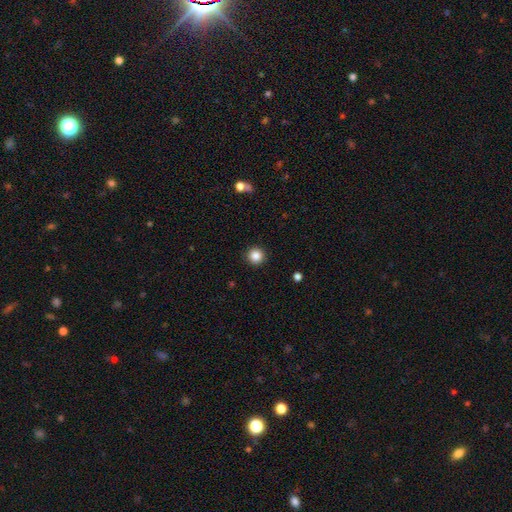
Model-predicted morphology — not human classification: Smooth or featured? smooth (86%)
How rounded? round (95%)
Merging? none (93%)